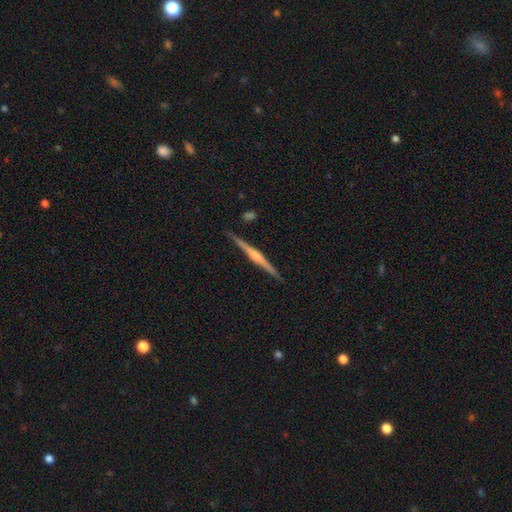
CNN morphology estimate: smooth-or-featured: featured or disk: 78% | smooth: 17% | star or artifact: 5%
  disk-edge-on: yes: 98% | no: 2%
    edge-on-bulge: rounded: 75% | boxy: 13% | none: 12%
  merging: none: 90% | minor disturbance: 7% | major disturbance: 1% | merger: 1%